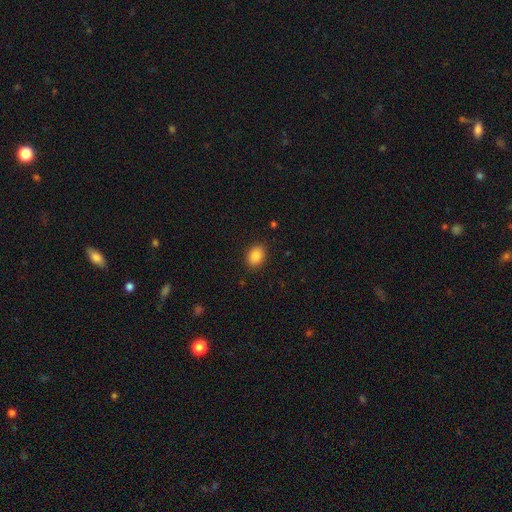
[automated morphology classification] This appears to be a smooth galaxy with no disk features (86%) that is in between round and cigar-shaped (70%). Merging: none (88%).